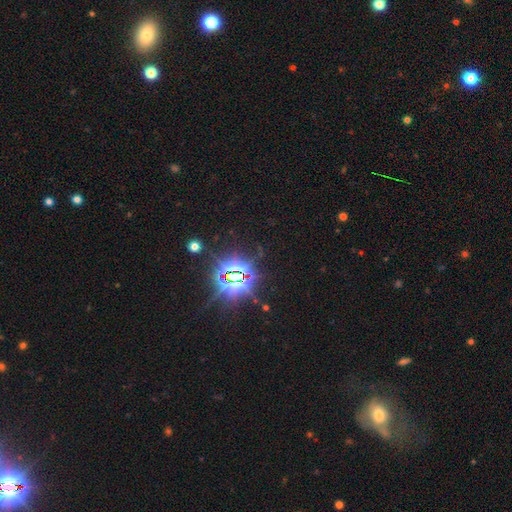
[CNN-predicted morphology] Q: Smooth or featured?
A: star or artifact (79%); runner-up: smooth (14%)